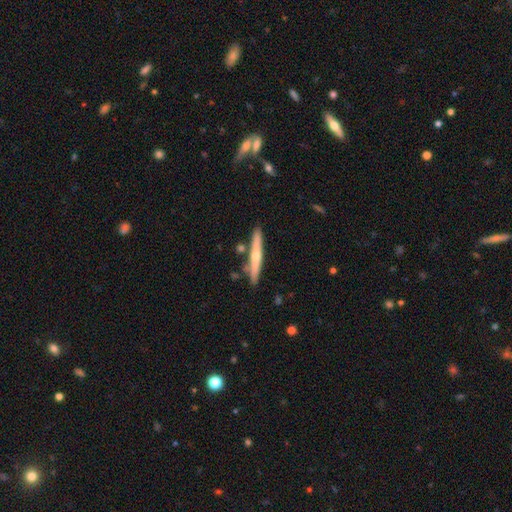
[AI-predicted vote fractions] Morphology: type=featured or disk (52%); edge-on=yes (95%); merging=none (82%).